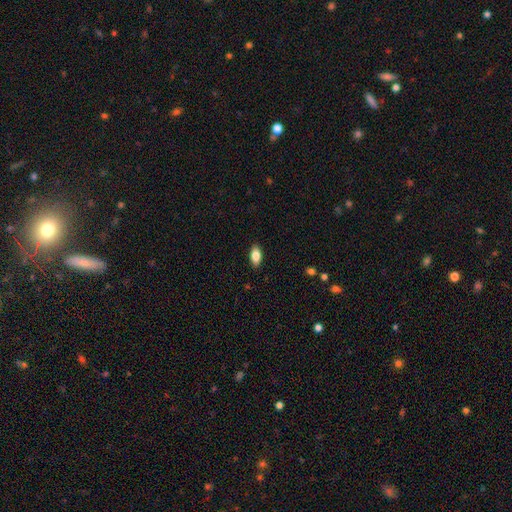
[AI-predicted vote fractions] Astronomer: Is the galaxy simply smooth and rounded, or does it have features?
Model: smooth — 83%.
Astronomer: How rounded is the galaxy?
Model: in between — 90%.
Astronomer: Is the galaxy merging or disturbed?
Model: none — 89%.